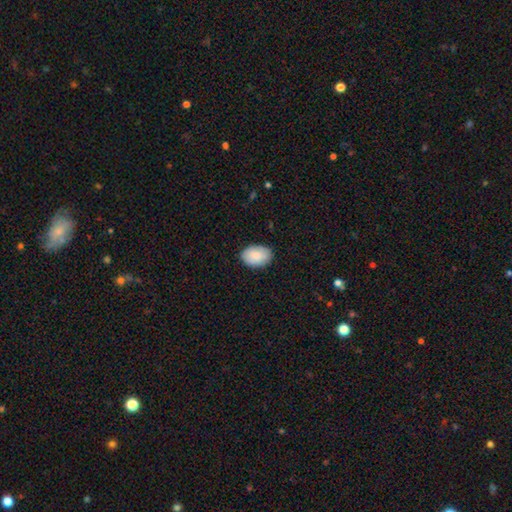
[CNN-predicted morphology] Smooth or featured?
  - smooth: 88% *
  - featured or disk: 7%
  - star or artifact: 6%
How rounded?
  - in between: 85% *
  - round: 14%
  - cigar-shaped: 1%
Merging?
  - none: 86% *
  - minor disturbance: 11%
  - major disturbance: 2%
  - merger: 1%